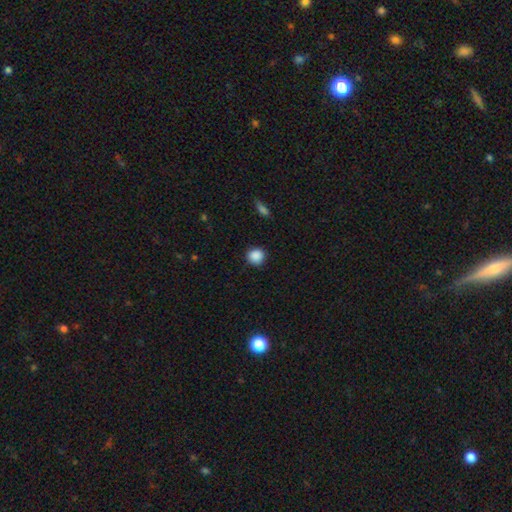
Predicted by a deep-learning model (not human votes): Smooth or featured? smooth (88%)
How rounded? round (92%)
Merging? none (89%)